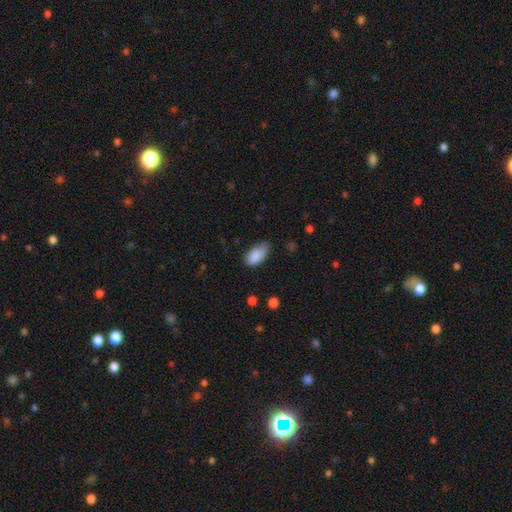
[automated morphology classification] Smooth or featured? smooth (87%)
How rounded? in between (92%)
Merging? none (55%)